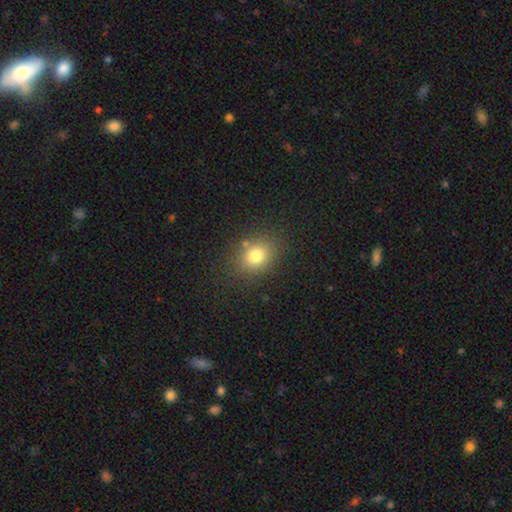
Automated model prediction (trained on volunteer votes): Smooth or featured? Predicted: smooth (p=0.77). How rounded? Predicted: round (p=0.54). Merging? Predicted: none (p=0.81).